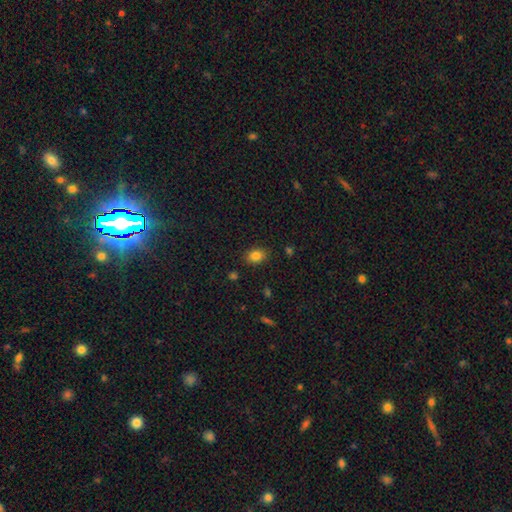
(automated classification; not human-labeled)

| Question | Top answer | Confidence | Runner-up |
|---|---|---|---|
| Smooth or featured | smooth | 83% | star or artifact (11%) |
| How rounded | in between | 68% | round (31%) |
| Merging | none | 86% | minor disturbance (10%) |